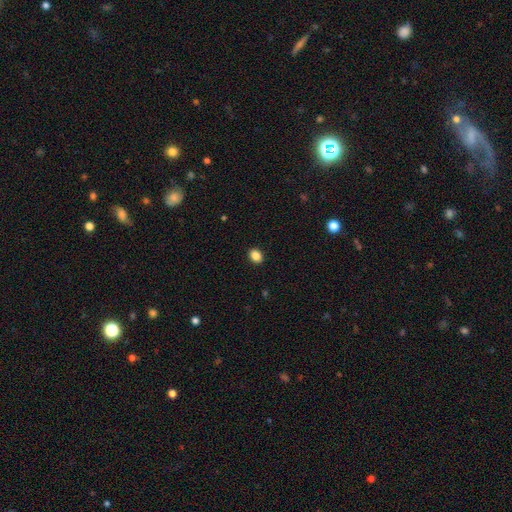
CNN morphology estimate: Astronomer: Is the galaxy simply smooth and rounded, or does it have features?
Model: smooth — 87%.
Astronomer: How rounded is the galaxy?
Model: in between — 59% (runner-up: round, 40%).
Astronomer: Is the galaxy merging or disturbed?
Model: none — 91%.